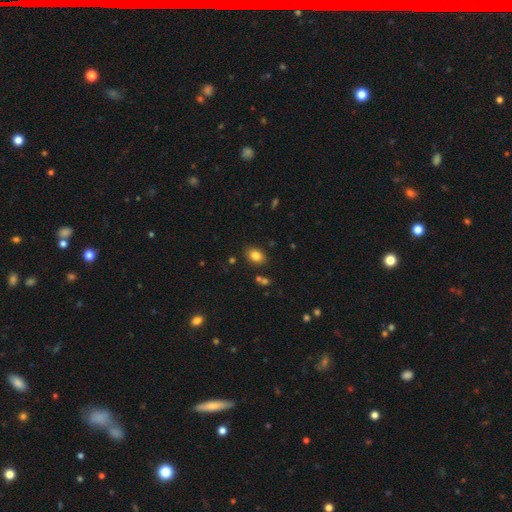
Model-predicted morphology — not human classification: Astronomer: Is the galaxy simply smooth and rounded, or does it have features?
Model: smooth — 82%.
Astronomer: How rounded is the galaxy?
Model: in between — 65%.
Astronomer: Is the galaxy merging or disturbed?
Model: none — 85%.